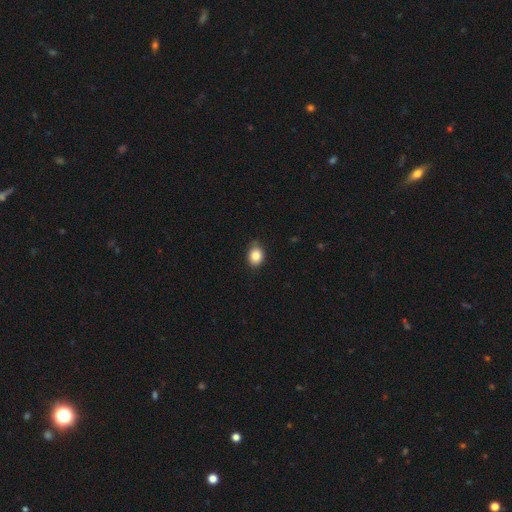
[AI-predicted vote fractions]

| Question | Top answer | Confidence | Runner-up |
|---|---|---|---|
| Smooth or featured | smooth | 85% | star or artifact (9%) |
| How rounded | in between | 59% | round (40%) |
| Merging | none | 79% | minor disturbance (18%) |